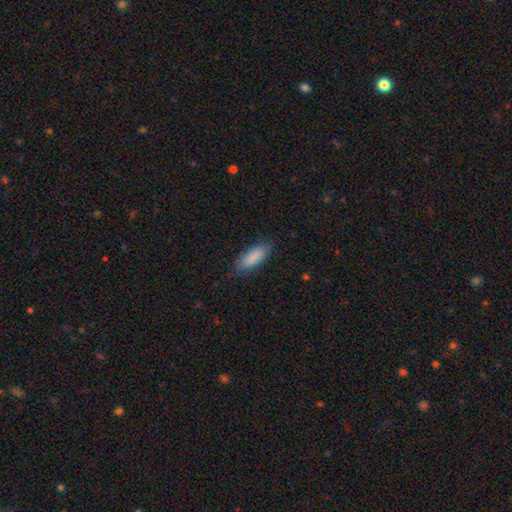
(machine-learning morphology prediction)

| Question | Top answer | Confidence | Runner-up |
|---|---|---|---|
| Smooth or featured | smooth | 86% | featured or disk (7%) |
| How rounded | in between | 65% | cigar-shaped (33%) |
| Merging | none | 83% | minor disturbance (13%) |